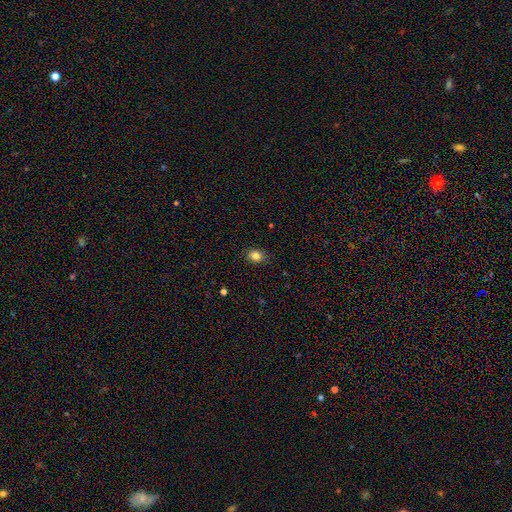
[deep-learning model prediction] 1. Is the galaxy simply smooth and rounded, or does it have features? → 83% smooth, 11% star or artifact, 6% featured or disk.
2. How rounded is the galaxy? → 51% in between, 48% round, 1% cigar-shaped.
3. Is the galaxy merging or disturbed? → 85% none, 11% minor disturbance, 2% major disturbance, 1% merger.